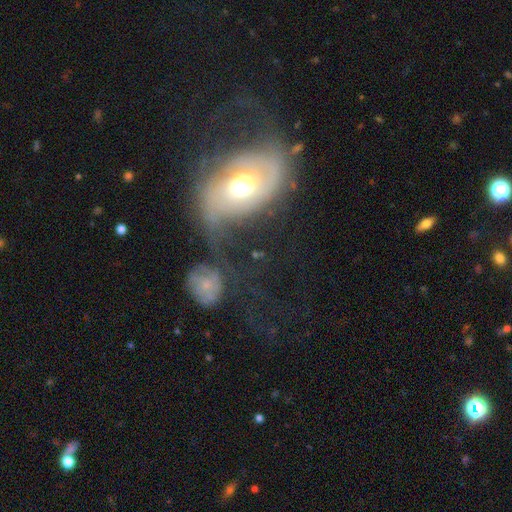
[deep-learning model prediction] Overall: featured or disk (65%). Edge-on disk: no (94%). Bar: no (66%). Spiral arms: yes (70%; no 30%). Bulge size: moderate (65%). Merging: none (37%; major disturbance 29%).